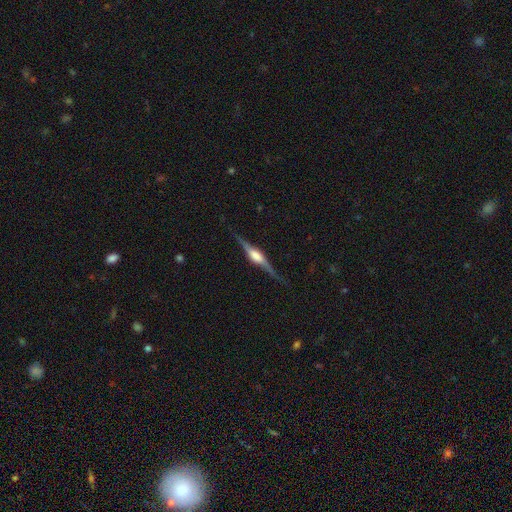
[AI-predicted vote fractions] Smooth or featured: featured or disk — 83% (smooth — 11%)
Edge-on disk: yes — 97% (no — 3%)
Edge-on bulge: rounded — 74% (boxy — 23%)
Merging: none — 85% (minor disturbance — 11%)